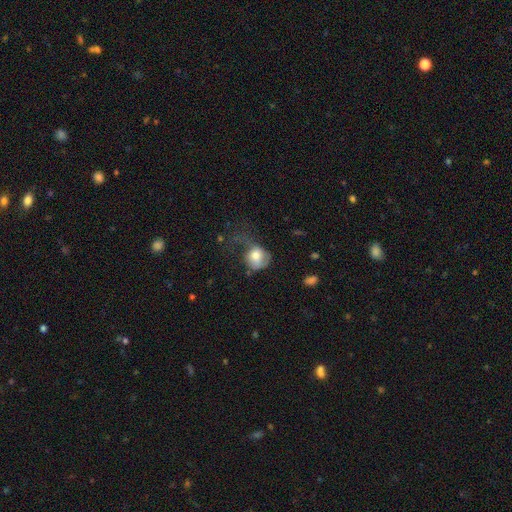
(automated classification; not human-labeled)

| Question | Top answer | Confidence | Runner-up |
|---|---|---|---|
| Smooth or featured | smooth | 70% | featured or disk (22%) |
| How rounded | round | 62% | in between (37%) |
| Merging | major disturbance | 50% | minor disturbance (24%) |